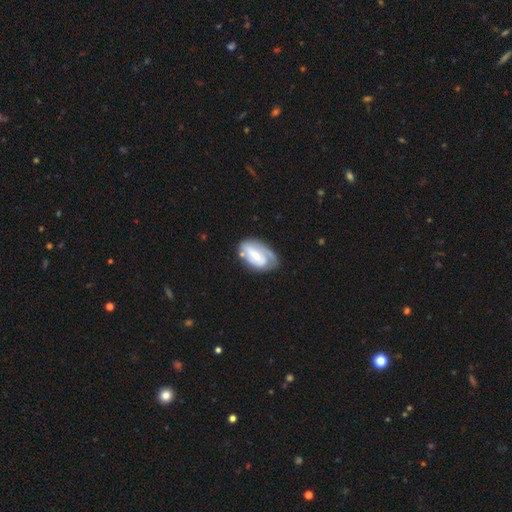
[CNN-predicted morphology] Smooth or featured? featured or disk (68%)
Edge-on disk? no (95%)
Bar? strong (41%)
Spiral arms? yes (81%)
Spiral winding? tight (46%)
Spiral arm count? 2 (45%)
Bulge size? small (51%)
Merging? none (58%)